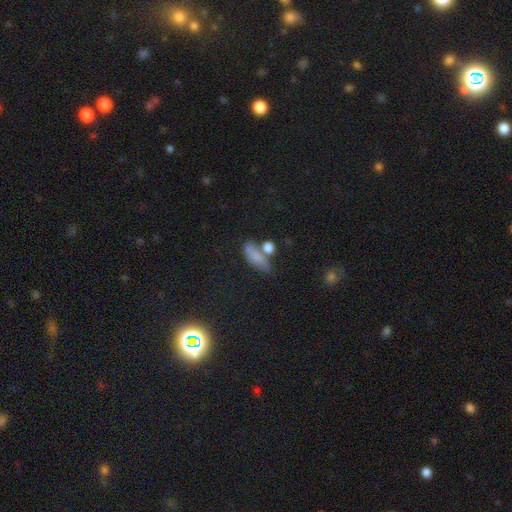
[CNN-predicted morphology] A smooth galaxy with no disk features (70%) that is in between round and cigar-shaped (77%). Merging: none (40%).